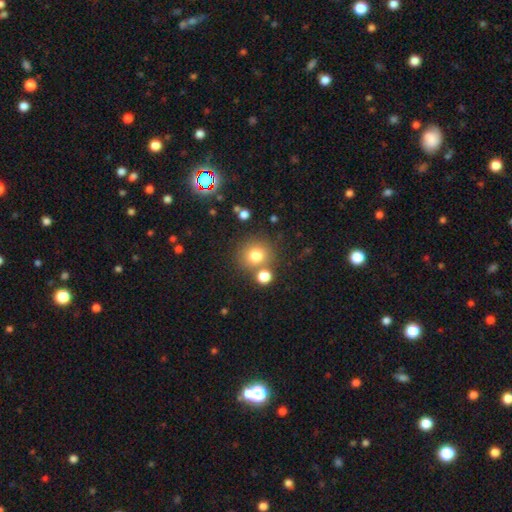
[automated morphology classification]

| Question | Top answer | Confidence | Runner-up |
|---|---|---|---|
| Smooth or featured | smooth | 77% | star or artifact (14%) |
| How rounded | round | 90% | in between (9%) |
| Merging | none | 74% | merger (14%) |